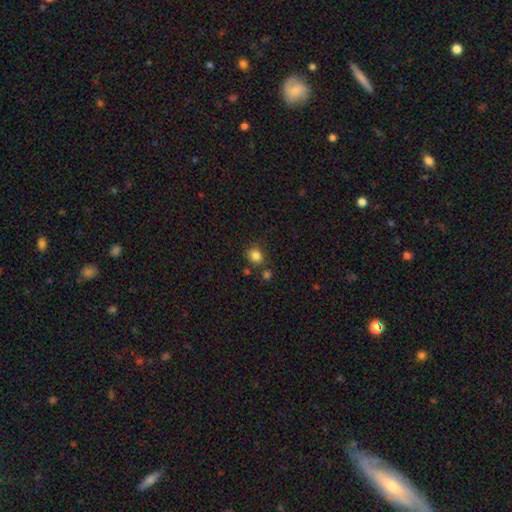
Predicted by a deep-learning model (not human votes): smooth-or-featured: smooth: 84% | star or artifact: 12% | featured or disk: 5%
  how-rounded: round: 74% | in between: 25% | cigar-shaped: 1%
  merging: none: 76% | minor disturbance: 12% | merger: 9% | major disturbance: 4%